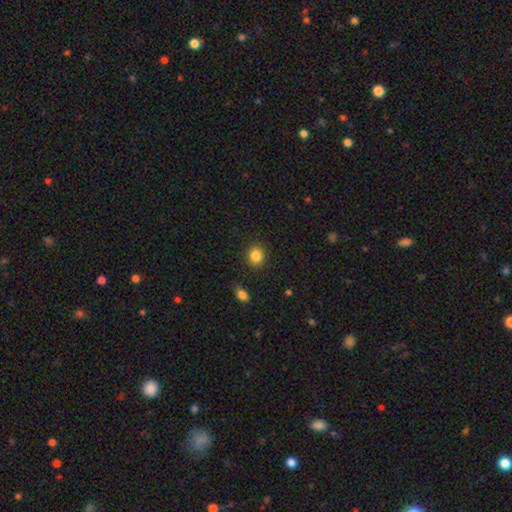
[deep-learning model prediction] This is clearly a smooth galaxy (86%). How rounded: clearly round (81%). Merging: clearly none (89%).